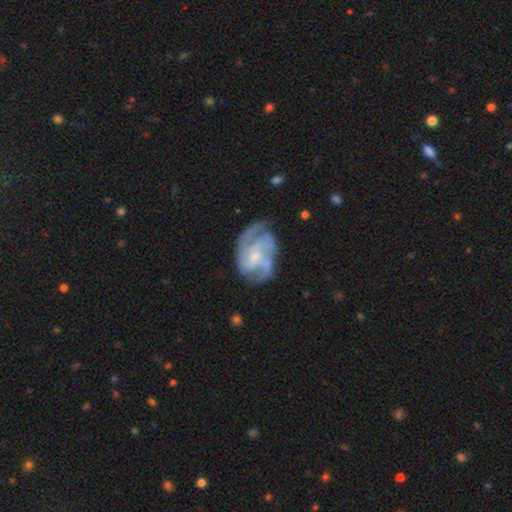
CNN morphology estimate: Overall: featured or disk (83%). Edge-on disk: no (98%). Bar: no (51%; weak 40%). Spiral arms: yes (93%). Spiral arm count: 3 (37%; 2 21%). Spiral winding: medium (46%; tight 39%). Bulge size: small (53%; moderate 30%). Merging: none (56%; minor disturbance 24%).